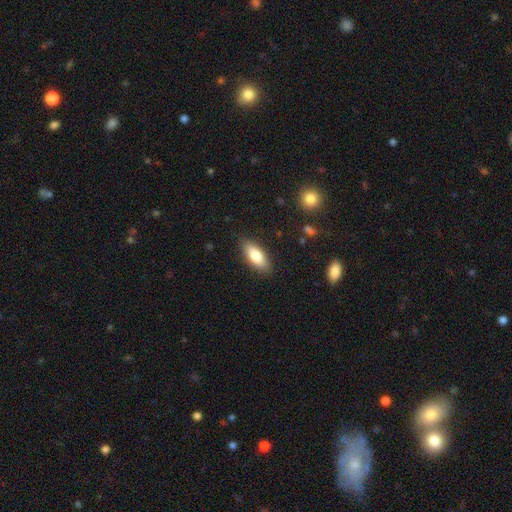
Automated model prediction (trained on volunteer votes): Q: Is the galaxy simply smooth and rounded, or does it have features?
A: smooth — 80%.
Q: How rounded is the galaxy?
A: in between — 79%.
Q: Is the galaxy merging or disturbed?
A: none — 86%.